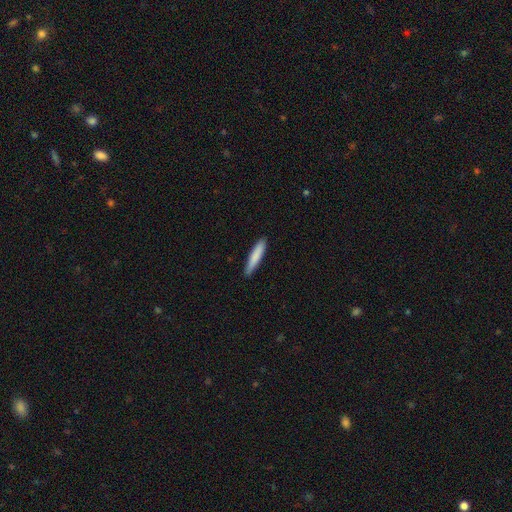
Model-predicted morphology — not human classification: This appears to be a smooth galaxy with no disk features (84%) that is cigar-shaped (90%). Merging: none (89%).